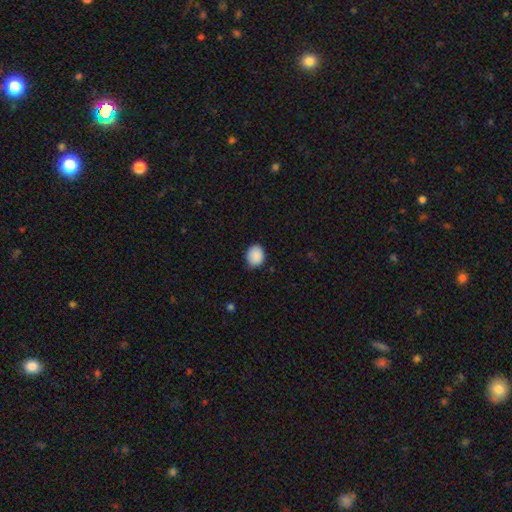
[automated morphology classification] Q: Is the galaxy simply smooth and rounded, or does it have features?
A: smooth — 89%.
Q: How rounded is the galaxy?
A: round — 58%.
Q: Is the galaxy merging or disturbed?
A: none — 81%.